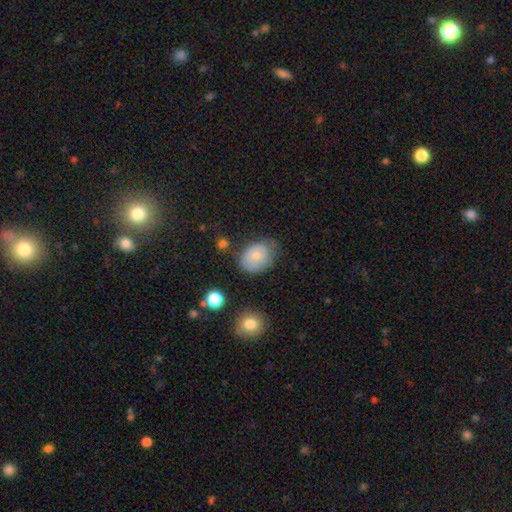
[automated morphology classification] The model was most divided on "merging": none: 57%, minor disturbance: 31%, major disturbance: 9%, merger: 3%. More confident: smooth or featured — smooth (74%); how rounded — in between (65%).